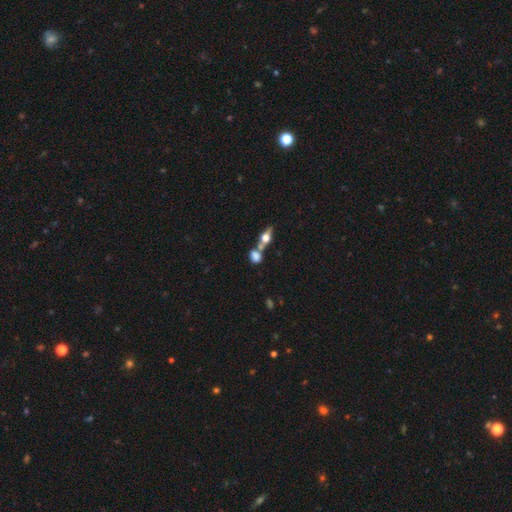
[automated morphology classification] Smooth or featured?
  - smooth: 65% *
  - featured or disk: 25%
  - star or artifact: 11%
How rounded?
  - in between: 57% *
  - round: 34%
  - cigar-shaped: 8%
Merging?
  - merger: 43% *
  - none: 42%
  - minor disturbance: 11%
  - major disturbance: 5%